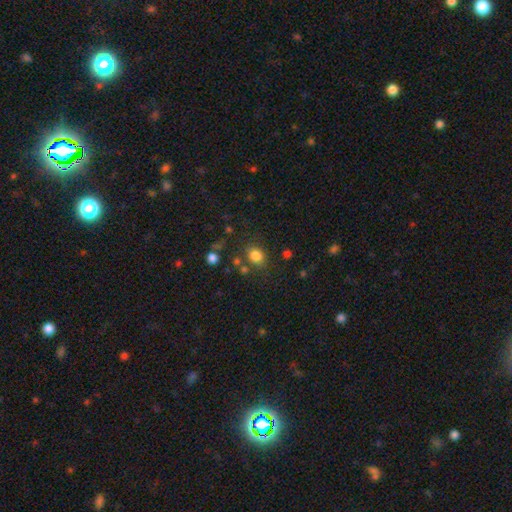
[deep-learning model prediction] This is clearly a smooth galaxy (82%). How rounded: possibly round (58%). Merging: likely none (75%).